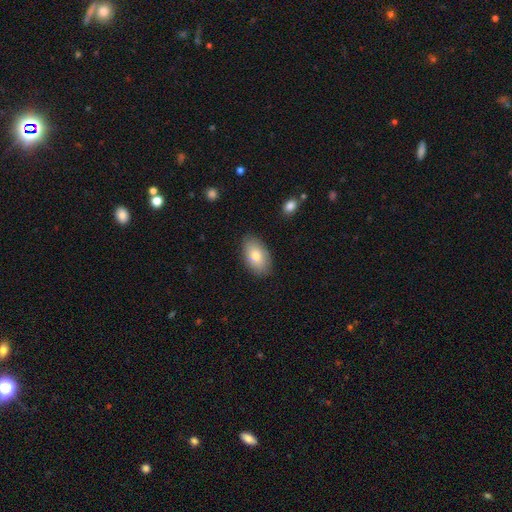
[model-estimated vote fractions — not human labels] smooth-or-featured: smooth: 78% | featured or disk: 15% | star or artifact: 7%
  how-rounded: in between: 93% | round: 5% | cigar-shaped: 2%
  merging: none: 86% | minor disturbance: 11% | major disturbance: 2% | merger: 1%